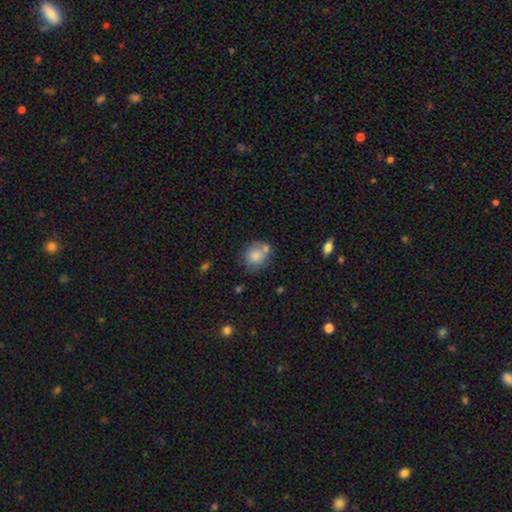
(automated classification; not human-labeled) Q: Smooth or featured?
A: smooth (81%); runner-up: featured or disk (11%)
Q: How rounded?
A: round (79%); runner-up: in between (20%)
Q: Merging?
A: none (58%); runner-up: merger (21%)